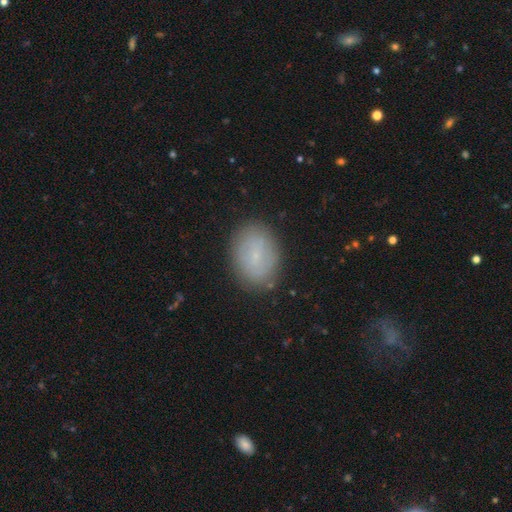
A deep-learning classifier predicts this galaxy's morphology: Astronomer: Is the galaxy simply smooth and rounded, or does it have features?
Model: smooth — 61%.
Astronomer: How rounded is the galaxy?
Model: in between — 78%.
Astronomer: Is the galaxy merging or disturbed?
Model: none — 85%.